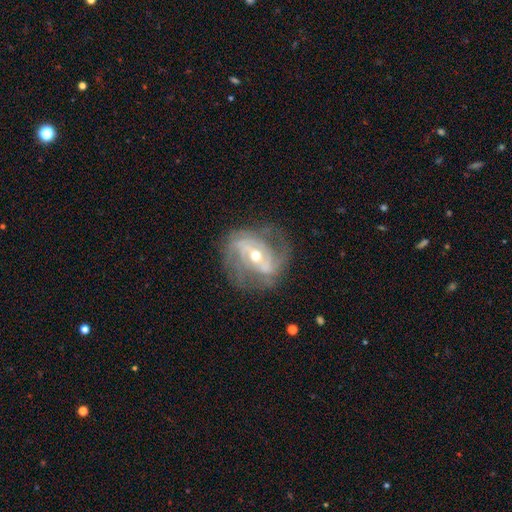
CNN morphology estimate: Smooth or featured?
  - featured or disk: 84% *
  - smooth: 10%
  - star or artifact: 6%
Edge-on disk?
  - no: 96% *
  - yes: 4%
Bar?
  - weak: 39% *
  - strong: 31%
  - no: 30%
Spiral arms?
  - yes: 91% *
  - no: 9%
Spiral winding?
  - medium: 44% *
  - tight: 35%
  - loose: 21%
Spiral arm count?
  - 2: 52% *
  - can't tell: 21%
  - 3: 16%
  - 4: 4%
  - 1: 4%
  - more than 4: 3%
Bulge size?
  - moderate: 62% *
  - small: 33%
  - large: 3%
  - none: 1%
  - dominant: 1%
Merging?
  - none: 66% *
  - minor disturbance: 20%
  - major disturbance: 12%
  - merger: 2%